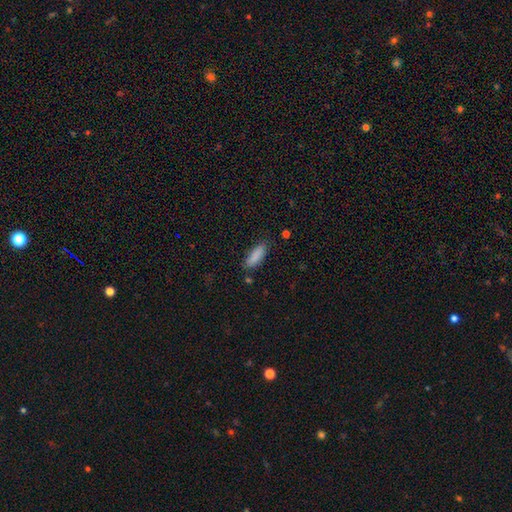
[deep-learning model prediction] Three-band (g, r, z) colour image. It shows a smooth galaxy with no disk features (88%) that is in between round and cigar-shaped (62%). Merging: none (80%).